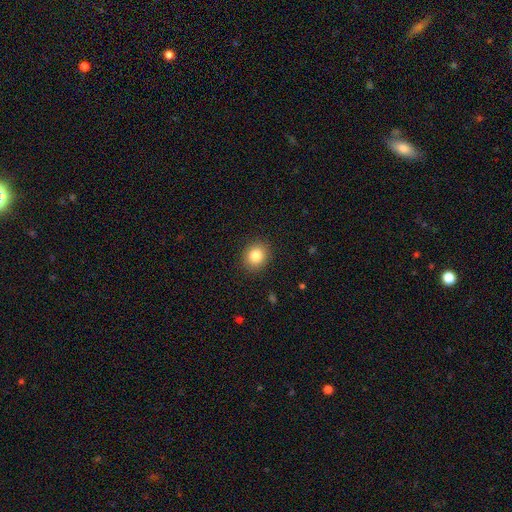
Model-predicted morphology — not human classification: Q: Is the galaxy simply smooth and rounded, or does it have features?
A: smooth — 84%.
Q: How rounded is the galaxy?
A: round — 74%.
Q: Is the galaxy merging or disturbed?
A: none — 90%.